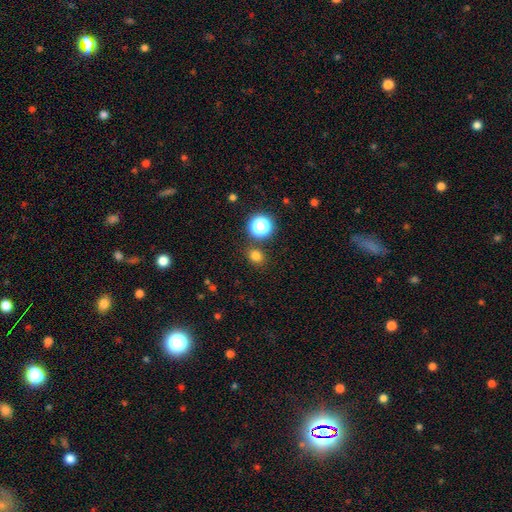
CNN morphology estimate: Smooth or featured: smooth — 76% (star or artifact — 19%)
How rounded: round — 68% (in between — 31%)
Merging: none — 83% (minor disturbance — 8%)